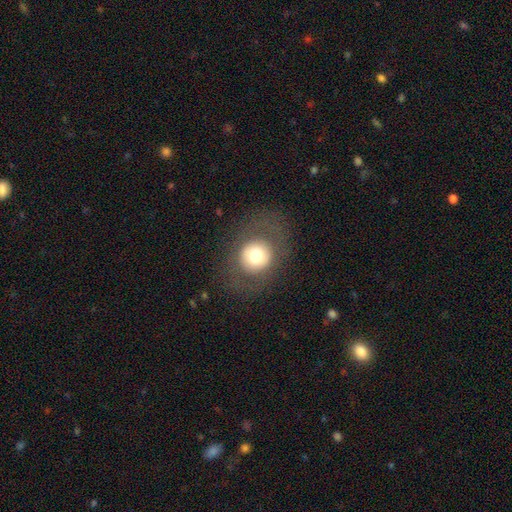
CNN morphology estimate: Q: Smooth or featured?
A: smooth (66%); runner-up: featured or disk (24%)
Q: How rounded?
A: round (73%); runner-up: in between (26%)
Q: Merging?
A: none (78%); runner-up: minor disturbance (11%)